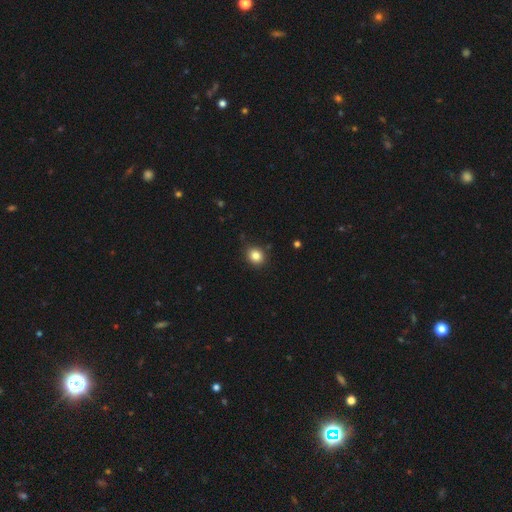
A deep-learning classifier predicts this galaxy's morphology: Smooth or featured? Predicted: smooth (p=0.84). How rounded? Predicted: round (p=0.74). Merging? Predicted: none (p=0.88).